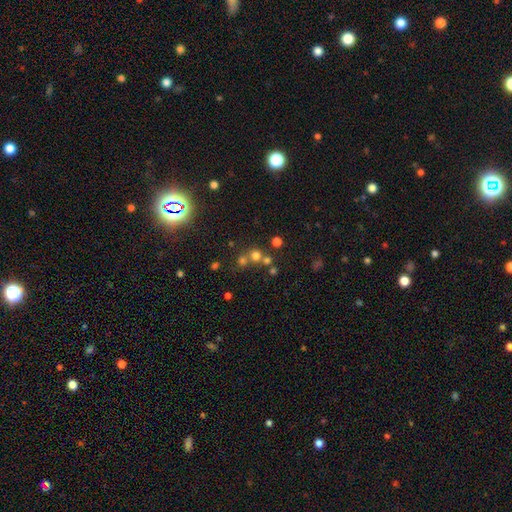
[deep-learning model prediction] Smooth or featured? smooth (61%)
How rounded? round (89%)
Merging? none (54%)